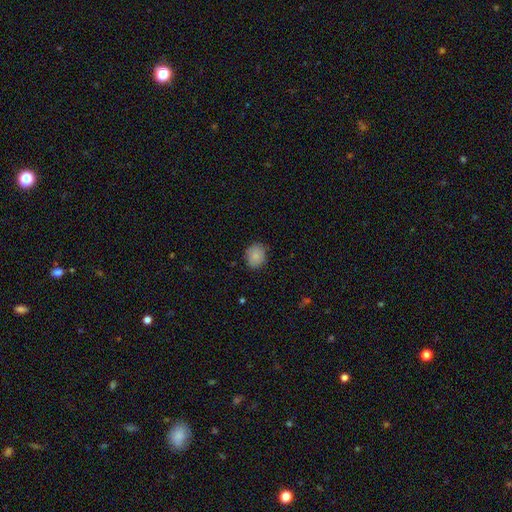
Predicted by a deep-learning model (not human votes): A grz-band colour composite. It shows a smooth galaxy with no disk features (86%) that is round (58%). Merging: none (84%).